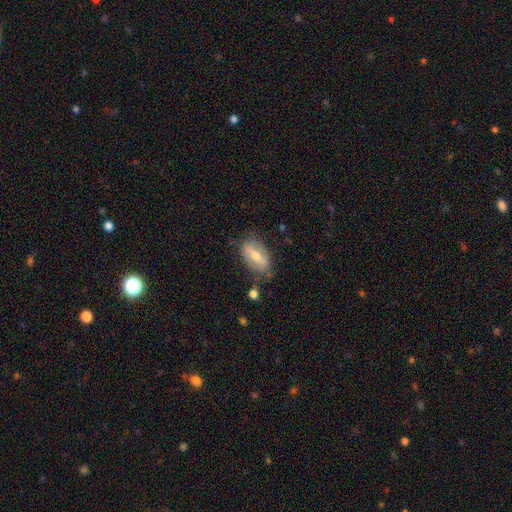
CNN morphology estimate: The model was most divided on "smooth or featured": featured or disk: 48%, smooth: 45%, star or artifact: 7%. More confident: merging — none (70%).